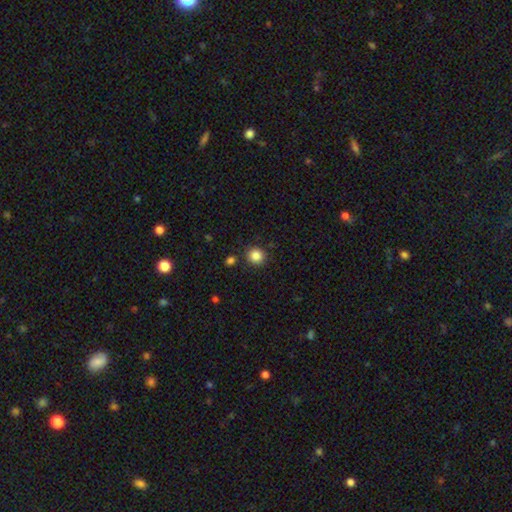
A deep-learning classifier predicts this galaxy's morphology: A smooth galaxy with no disk features (86%) that is round (93%).

Vote fractions:
- Smooth or featured? smooth: 86% / star or artifact: 11% / featured or disk: 4%
- How rounded? round: 93% / in between: 7% / cigar-shaped: 1%
- Merging? none: 87% / minor disturbance: 7% / merger: 3% / major disturbance: 2%